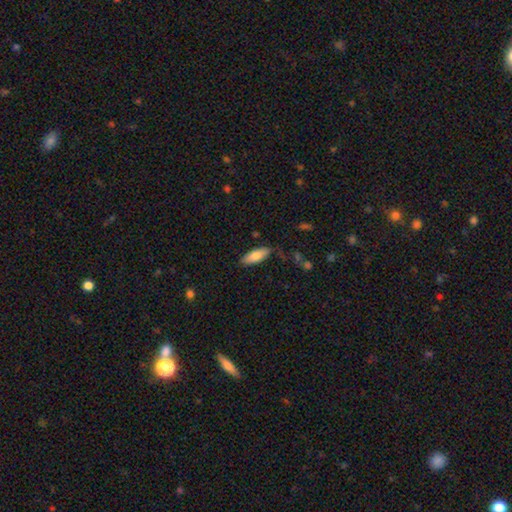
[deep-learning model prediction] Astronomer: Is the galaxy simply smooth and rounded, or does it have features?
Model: smooth — 79%.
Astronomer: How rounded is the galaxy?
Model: in between — 70%.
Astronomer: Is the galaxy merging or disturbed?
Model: none — 82%.